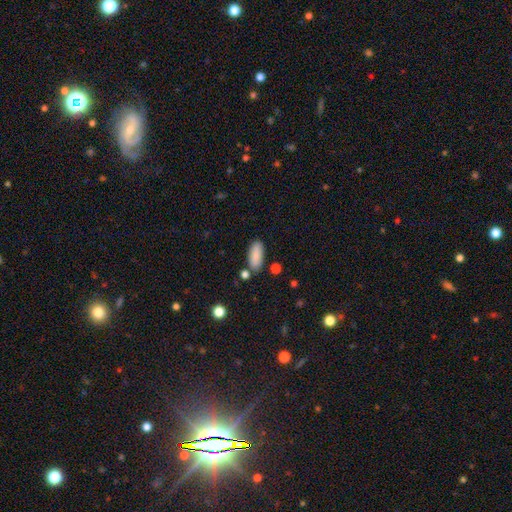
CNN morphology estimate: A smooth galaxy with no disk features (88%) that is in between round and cigar-shaped (82%).

Vote fractions:
- Smooth or featured? smooth: 88% / star or artifact: 7% / featured or disk: 6%
- How rounded? in between: 82% / cigar-shaped: 16% / round: 2%
- Merging? none: 80% / minor disturbance: 12% / merger: 6% / major disturbance: 3%